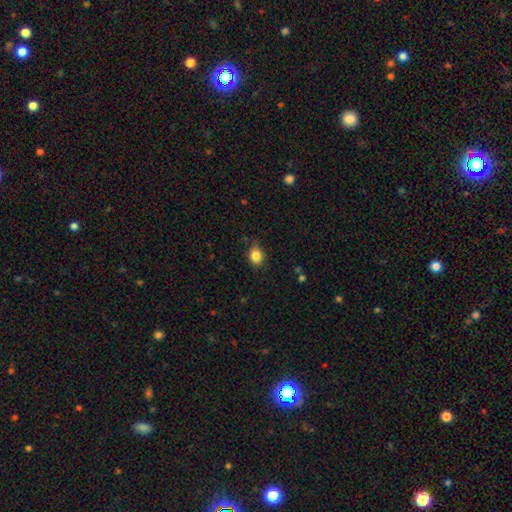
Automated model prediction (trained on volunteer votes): Overall: smooth (84%). How rounded: round (53%; in between 46%). Merging: none (75%).